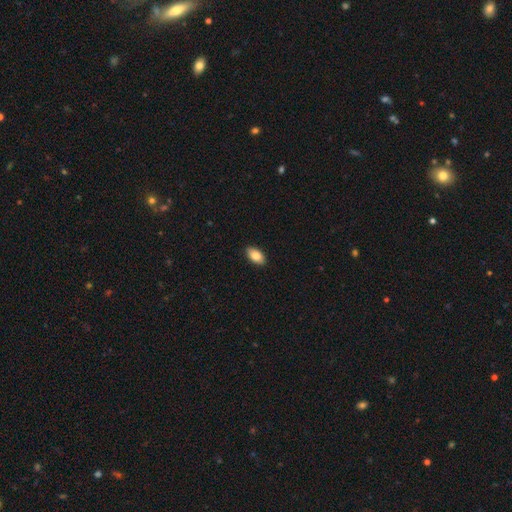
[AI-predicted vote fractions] smooth_or_featured: smooth (p=0.84) [alt: featured or disk p=0.09]
how_rounded: in between (p=0.93) [alt: round p=0.04]
merging: none (p=0.89) [alt: minor disturbance p=0.08]